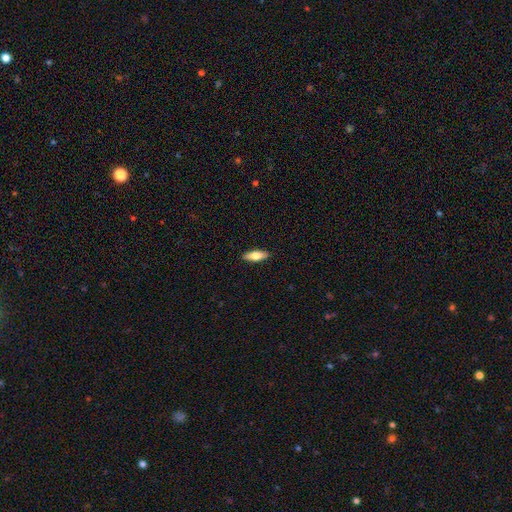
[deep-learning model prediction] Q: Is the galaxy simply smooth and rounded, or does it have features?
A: smooth — 68%.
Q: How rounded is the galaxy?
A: in between — 62%.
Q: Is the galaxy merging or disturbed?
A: none — 90%.